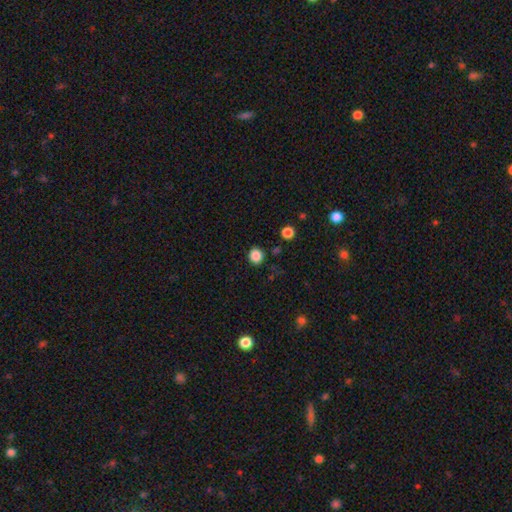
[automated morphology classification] The model was most divided on "smooth or featured": smooth: 86%, star or artifact: 11%, featured or disk: 3%. More confident: merging — none (90%); how rounded — round (89%).